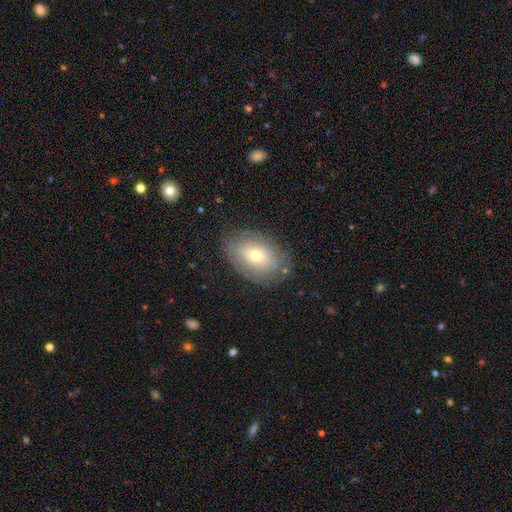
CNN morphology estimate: The model was most divided on "smooth or featured": smooth: 50%, featured or disk: 41%, star or artifact: 9%. More confident: merging — none (77%).